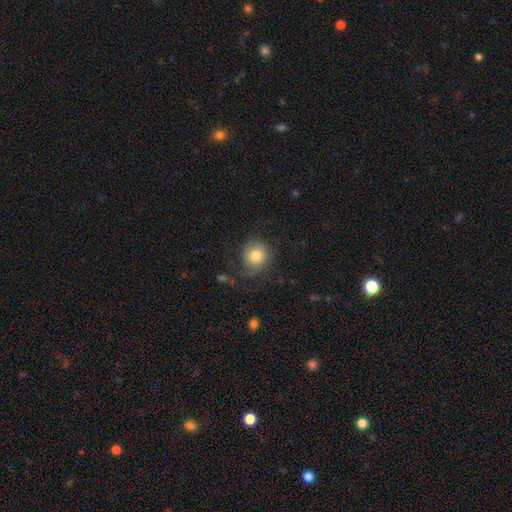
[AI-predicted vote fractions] A smooth galaxy with no disk features (69%) that is round (82%). Merging: none (61%).